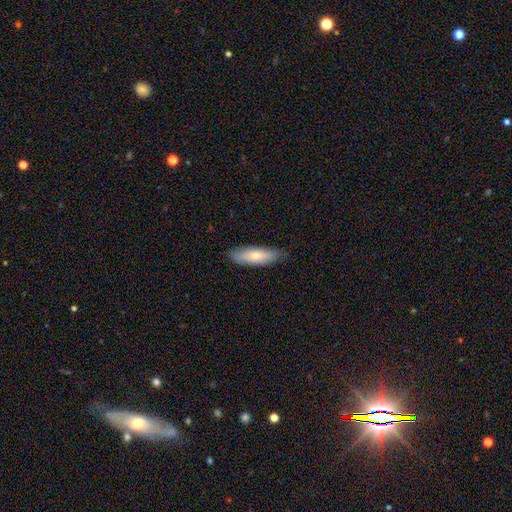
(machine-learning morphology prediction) Smooth or featured?
  - smooth: 73% *
  - featured or disk: 21%
  - star or artifact: 6%
How rounded?
  - in between: 55% *
  - cigar-shaped: 43%
  - round: 2%
Merging?
  - none: 82% *
  - minor disturbance: 14%
  - major disturbance: 2%
  - merger: 1%